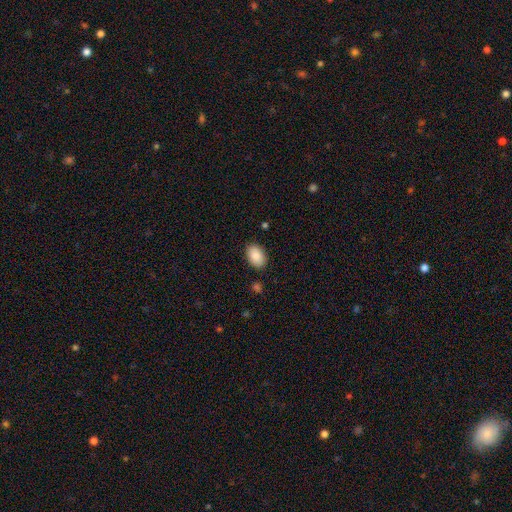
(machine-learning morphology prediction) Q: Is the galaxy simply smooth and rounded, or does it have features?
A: smooth — 90%.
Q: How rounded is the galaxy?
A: in between — 91%.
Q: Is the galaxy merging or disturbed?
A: none — 87%.